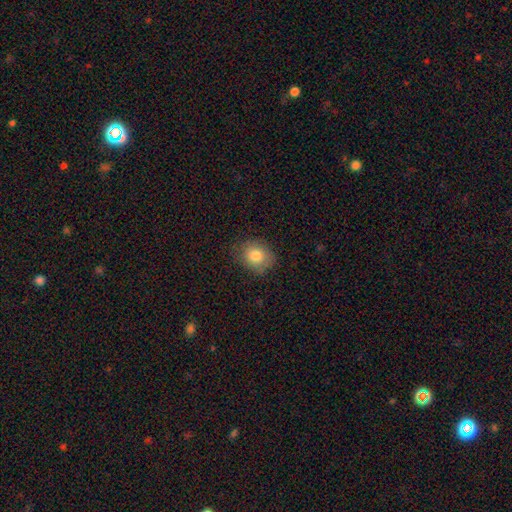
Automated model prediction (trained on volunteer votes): Overall: smooth (81%). How rounded: round (64%; in between 35%). Merging: none (78%).